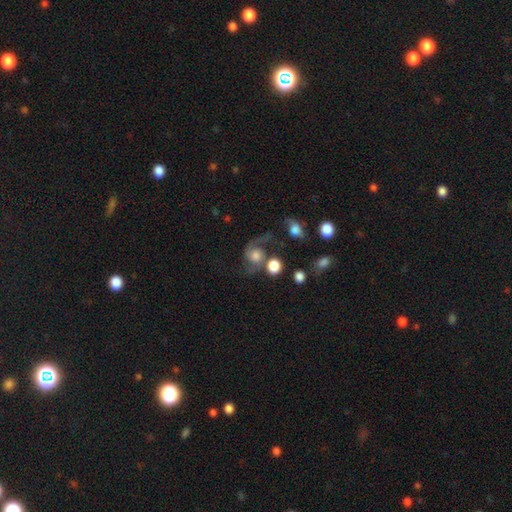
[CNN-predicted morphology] smooth-or-featured: featured or disk: 72% | smooth: 19% | star or artifact: 9%
  disk-edge-on: no: 98% | yes: 2%
    bar: no: 69% | weak: 26% | strong: 5%
    has-spiral-arms: yes: 94% | no: 6%
      spiral-winding: loose: 55% | medium: 37% | tight: 8%
      spiral-arm-count: 2: 82% | 1: 12% | can't tell: 3% | 3: 1% | 4: 1% | more than 4: 1%
    bulge-size: moderate: 42% | large: 27% | small: 17% | none: 9% | dominant: 5%
  merging: none: 46% | merger: 21% | major disturbance: 18% | minor disturbance: 16%